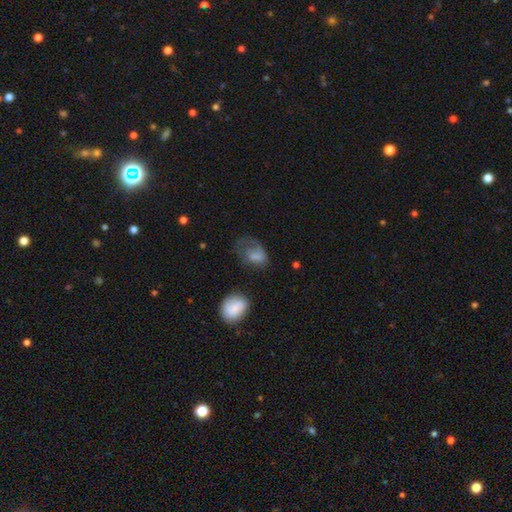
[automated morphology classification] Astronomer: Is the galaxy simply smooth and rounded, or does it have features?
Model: smooth — 65%.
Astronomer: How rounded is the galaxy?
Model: in between — 77%.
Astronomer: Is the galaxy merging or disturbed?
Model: major disturbance — 46% (runner-up: none, 25%).